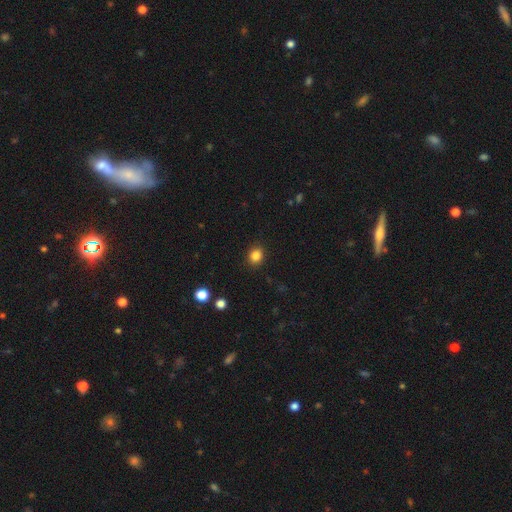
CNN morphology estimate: This appears to be a smooth galaxy with no disk features (85%) that is round (66%). Merging: none (89%).